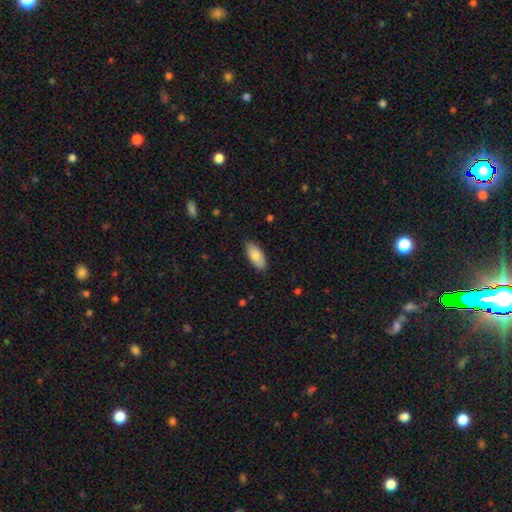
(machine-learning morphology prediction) This is clearly a smooth galaxy (83%). How rounded: clearly in between (88%). Merging: clearly none (86%).